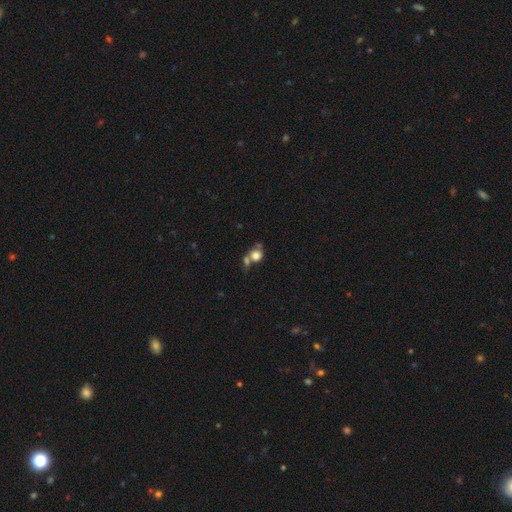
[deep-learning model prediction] Smooth or featured?
  - smooth: 70% *
  - featured or disk: 18%
  - star or artifact: 13%
How rounded?
  - round: 72% *
  - in between: 26%
  - cigar-shaped: 2%
Merging?
  - merger: 47% *
  - none: 32%
  - minor disturbance: 12%
  - major disturbance: 9%